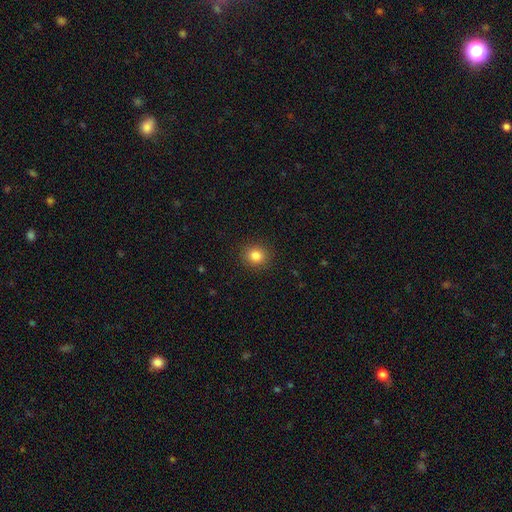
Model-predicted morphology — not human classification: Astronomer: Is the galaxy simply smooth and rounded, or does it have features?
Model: smooth — 84%.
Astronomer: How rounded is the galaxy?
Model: round — 79%.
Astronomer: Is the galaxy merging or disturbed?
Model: none — 90%.